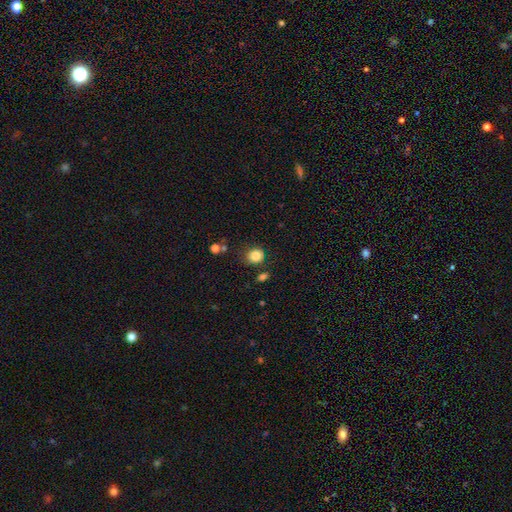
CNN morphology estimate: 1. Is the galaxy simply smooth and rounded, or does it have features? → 84% smooth, 11% star or artifact, 6% featured or disk.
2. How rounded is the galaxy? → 81% round, 18% in between, 1% cigar-shaped.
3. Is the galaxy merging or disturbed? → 78% none, 13% minor disturbance, 5% merger, 4% major disturbance.